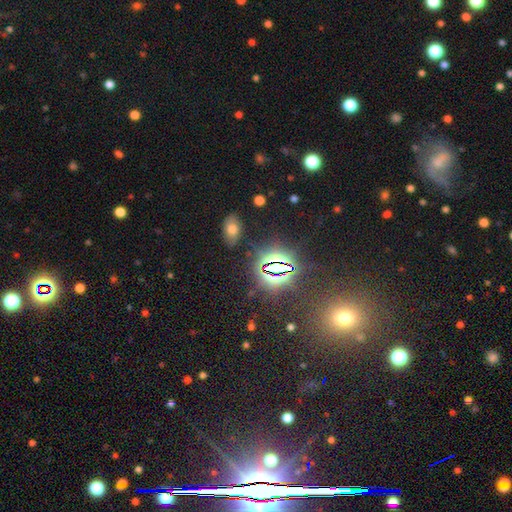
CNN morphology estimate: A star or artifact, not a galaxy (75%).